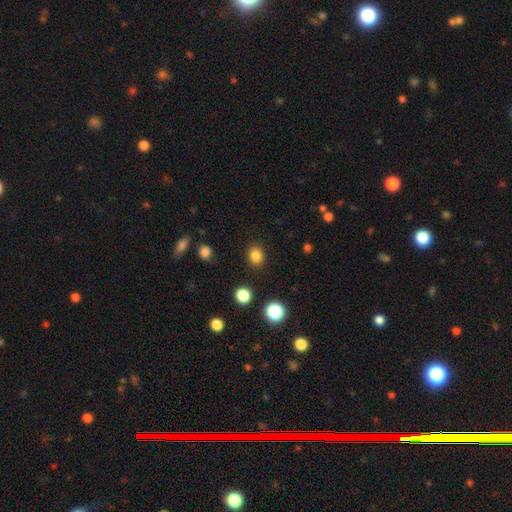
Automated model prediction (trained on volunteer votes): Smooth or featured: smooth — 83% (star or artifact — 12%)
How rounded: round — 64% (in between — 35%)
Merging: none — 88% (minor disturbance — 7%)